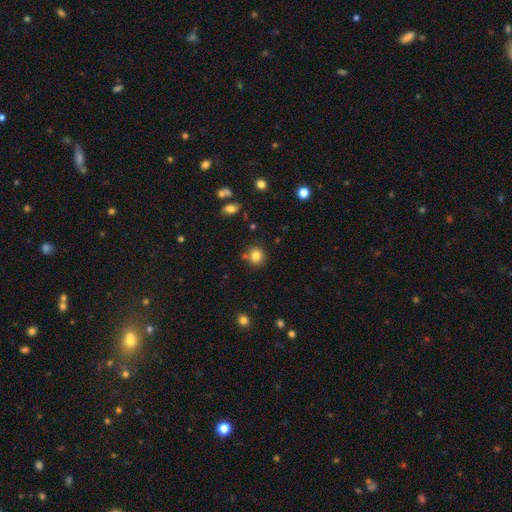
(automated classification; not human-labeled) Smooth or featured? Predicted: smooth (p=0.81). How rounded? Predicted: round (p=0.89). Merging? Predicted: none (p=0.80).